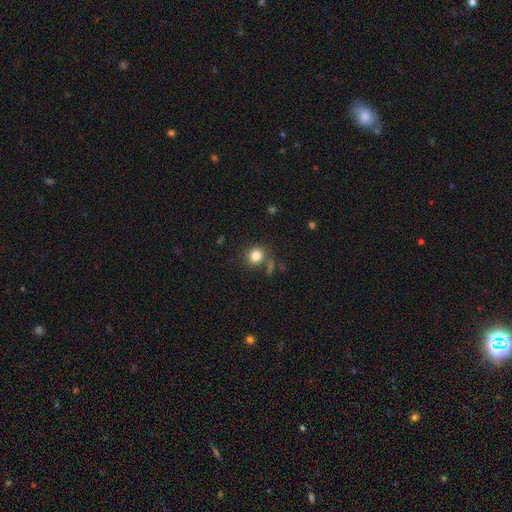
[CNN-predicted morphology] This appears to be a smooth galaxy with no disk features (82%) that is round (84%). Merging: none (74%).